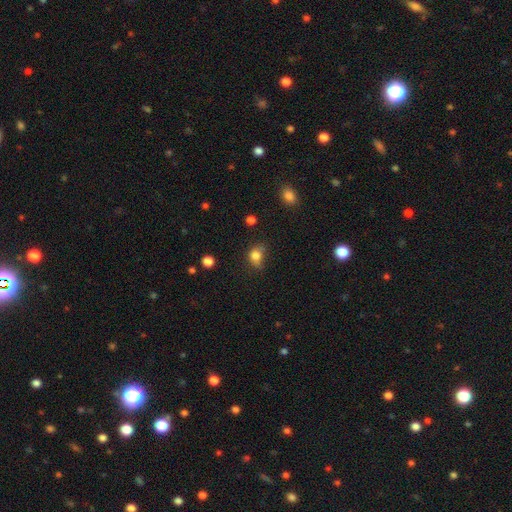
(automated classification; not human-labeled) Overall: smooth (81%). How rounded: round (52%; in between 47%). Merging: none (46%; minor disturbance 36%).